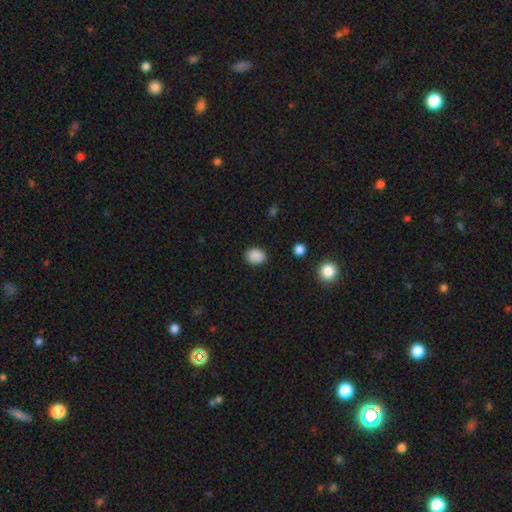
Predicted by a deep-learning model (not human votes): This is clearly a smooth galaxy (88%). How rounded: possibly in between (51%). Merging: clearly none (87%).